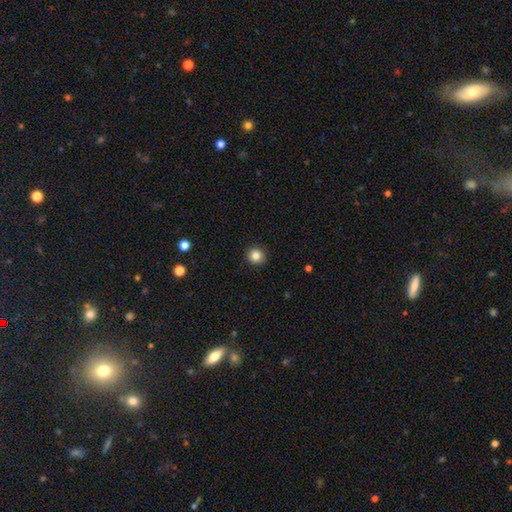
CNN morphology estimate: Q: Smooth or featured?
A: smooth (84%); runner-up: star or artifact (11%)
Q: How rounded?
A: round (92%); runner-up: in between (7%)
Q: Merging?
A: none (92%); runner-up: minor disturbance (5%)